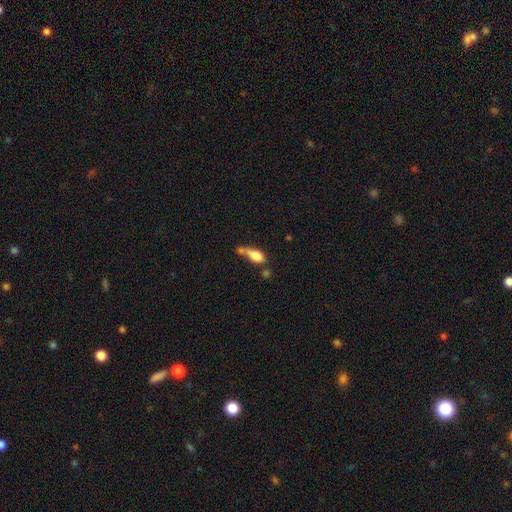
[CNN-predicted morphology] This appears to be a smooth galaxy with no disk features (76%) that is in between round and cigar-shaped (77%). Merging: merger (36%).